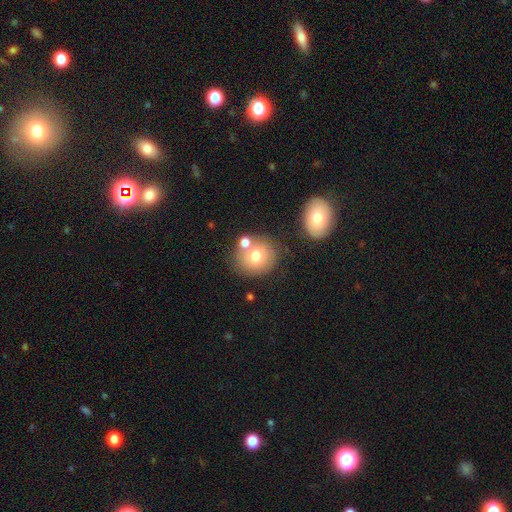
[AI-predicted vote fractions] This appears to be a smooth galaxy with no disk features (71%) that is round (82%). Merging: none (64%).